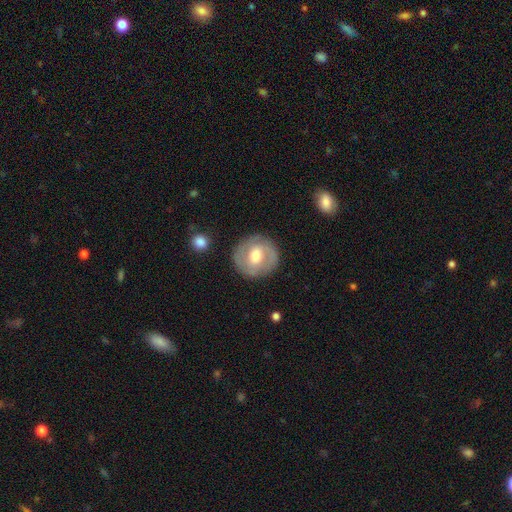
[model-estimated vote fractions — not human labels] A featured or disk galaxy (56%) with a weak bar (47%), spiral arms (63%) and a moderate central bulge (76%).

Vote fractions:
- Smooth or featured? featured or disk: 56% / smooth: 38% / star or artifact: 6%
- Edge-on disk? no: 96% / yes: 4%
- Bar? weak: 47% / no: 37% / strong: 16%
- Spiral arms? yes: 63% / no: 37%
- Bulge size? moderate: 76% / large: 12% / small: 10% / dominant: 1% / none: 1%
- Merging? none: 86% / minor disturbance: 10% / major disturbance: 3% / merger: 1%